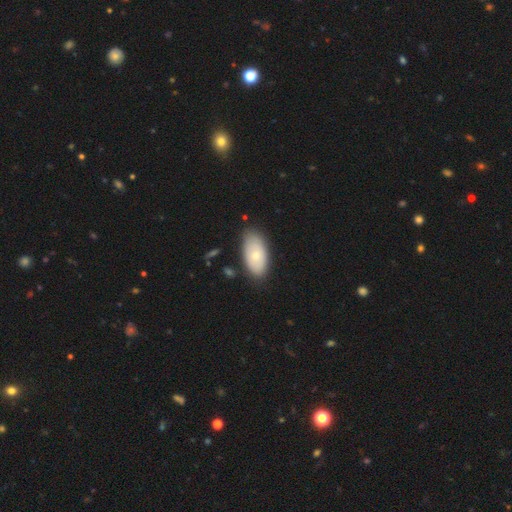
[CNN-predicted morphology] Overall: smooth (67%). How rounded: in between (93%). Merging: none (79%).